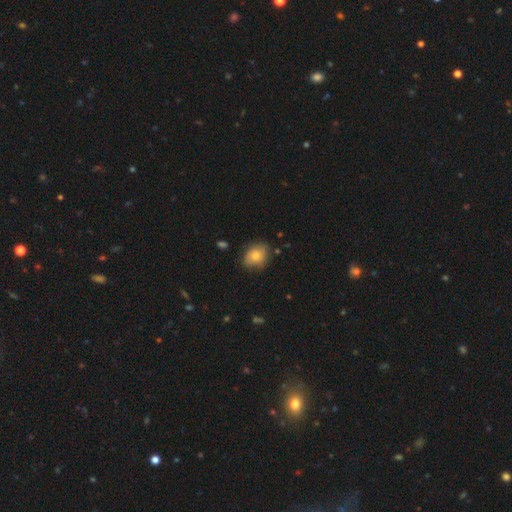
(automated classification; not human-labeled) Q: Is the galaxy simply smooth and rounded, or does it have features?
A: smooth — 70%.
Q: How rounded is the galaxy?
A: in between — 59%.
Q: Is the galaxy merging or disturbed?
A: none — 71%.